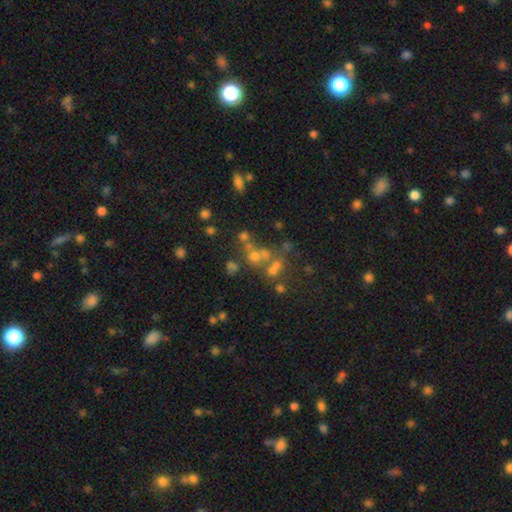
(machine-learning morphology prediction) A star or artifact, not a galaxy (48%).